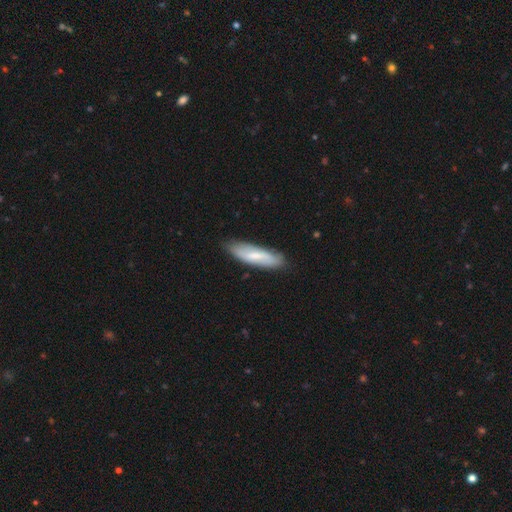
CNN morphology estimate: smooth-or-featured: smooth: 60% | featured or disk: 34% | star or artifact: 6%
  how-rounded: cigar-shaped: 59% | in between: 39% | round: 2%
  merging: none: 83% | minor disturbance: 14% | major disturbance: 2% | merger: 1%